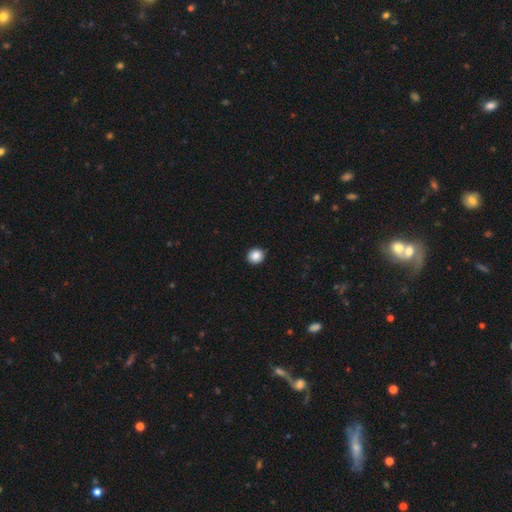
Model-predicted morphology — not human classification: A smooth galaxy with no disk features (87%) that is round (85%). Merging: none (92%).